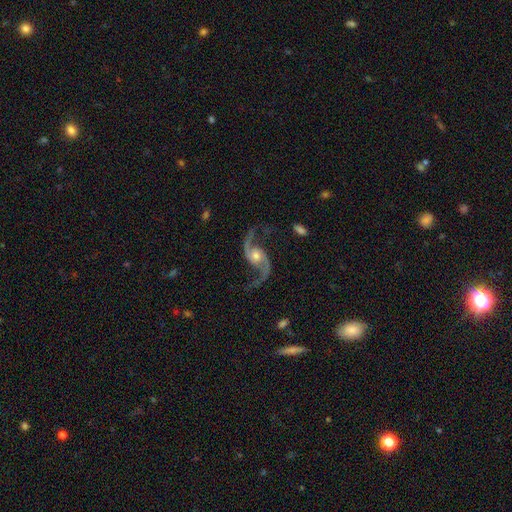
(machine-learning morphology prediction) This appears to be a featured or disk galaxy (93%) with no bar (64%), 2 (95%) loose (76%) spiral arms (98%) and a moderate central bulge (61%). Merging: none (77%).